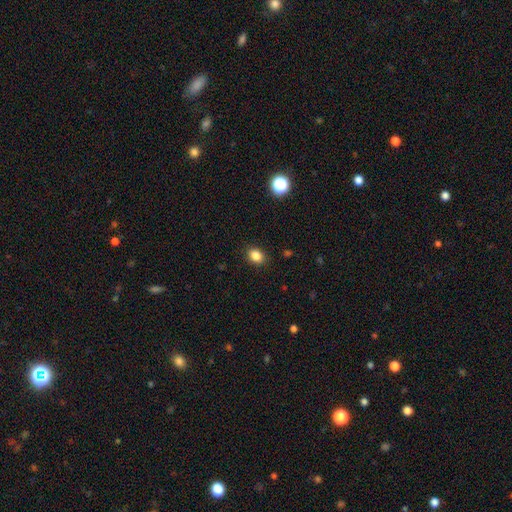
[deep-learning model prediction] Smooth or featured? Predicted: smooth (p=0.85). How rounded? Predicted: in between (p=0.57). Merging? Predicted: none (p=0.89).